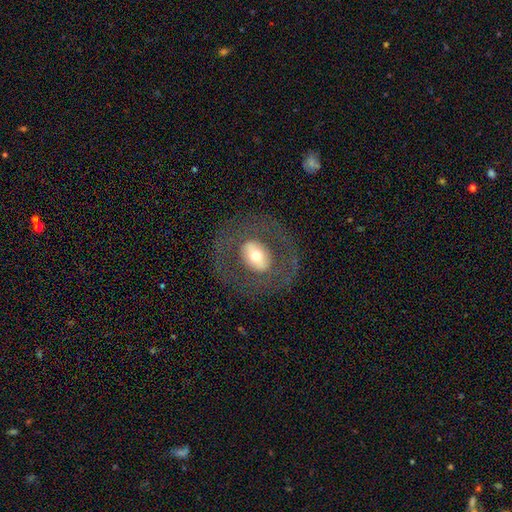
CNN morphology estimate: This is possibly a featured or disk galaxy (54%). It is clearly not viewed edge-on (92%). Merging: likely none (76%).